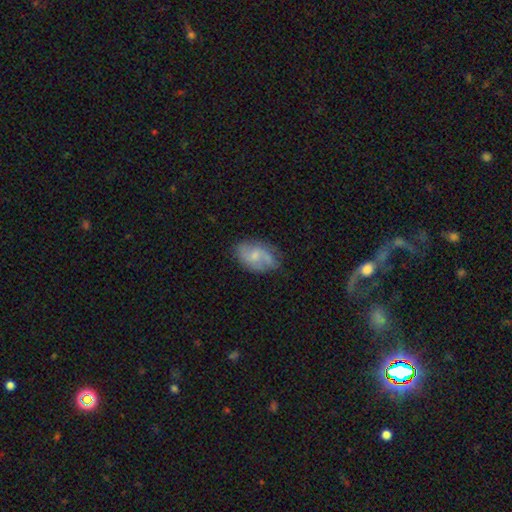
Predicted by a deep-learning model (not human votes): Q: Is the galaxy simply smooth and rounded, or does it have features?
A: featured or disk — 52%.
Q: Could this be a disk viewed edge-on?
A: no — 96%.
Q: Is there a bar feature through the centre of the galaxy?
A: no — 56%.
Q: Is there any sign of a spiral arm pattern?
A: yes — 78%.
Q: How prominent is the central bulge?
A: small — 56%.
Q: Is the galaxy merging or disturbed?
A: none — 63%.